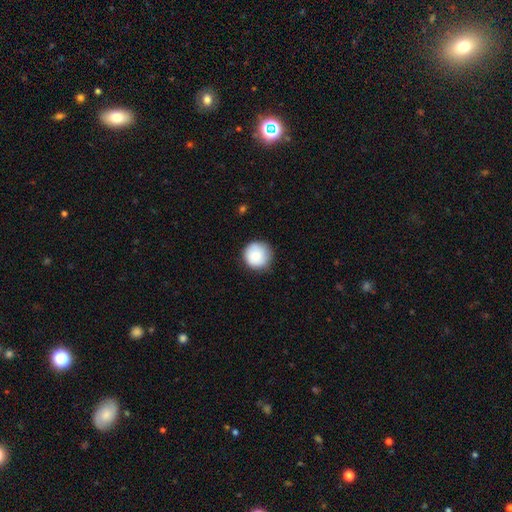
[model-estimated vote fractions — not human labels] smooth_or_featured: smooth (p=0.80) [alt: featured or disk p=0.13]
how_rounded: round (p=0.95) [alt: in between p=0.04]
merging: none (p=0.83) [alt: minor disturbance p=0.14]